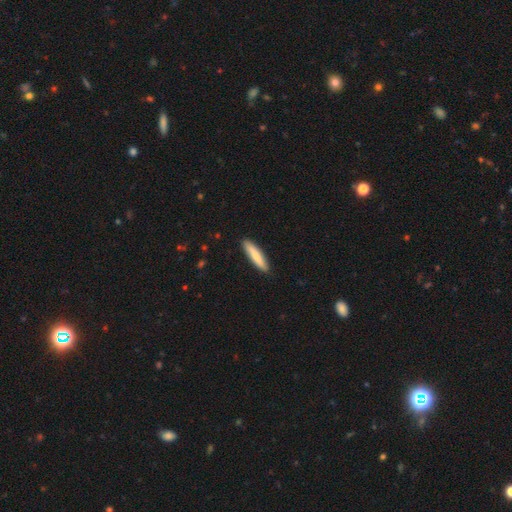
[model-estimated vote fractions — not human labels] Smooth or featured: smooth — 77% (featured or disk — 18%)
How rounded: cigar-shaped — 84% (in between — 14%)
Merging: none — 90% (minor disturbance — 7%)